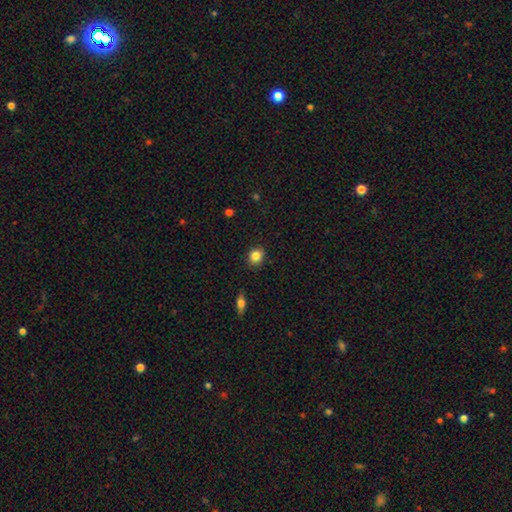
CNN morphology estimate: type=smooth (84%); roundness=round (75%); merging=none (89%).